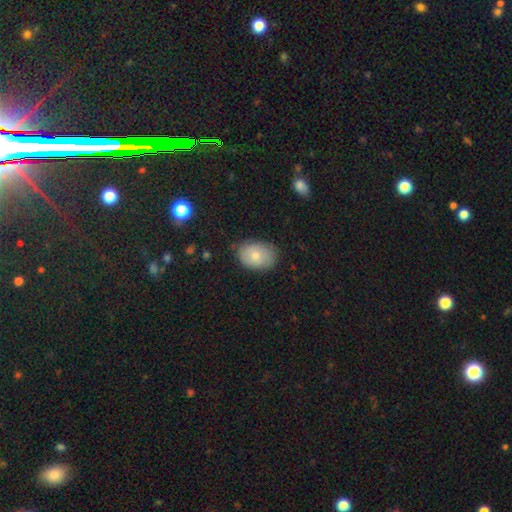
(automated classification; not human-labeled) Morphology: type=smooth (75%); roundness=in between (73%); merging=none (79%).